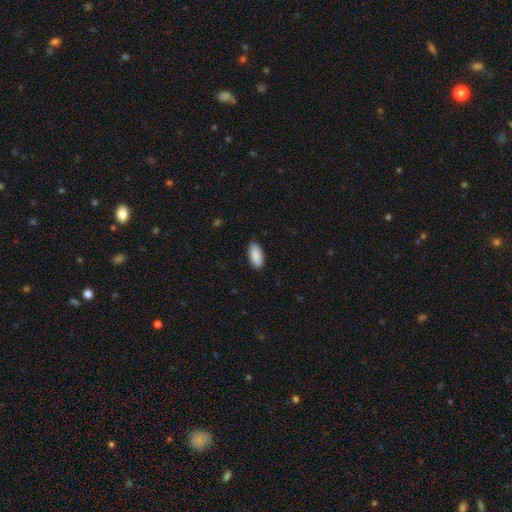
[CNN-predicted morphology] This appears to be a smooth galaxy with no disk features (91%) that is in between round and cigar-shaped (91%). Merging: none (87%).